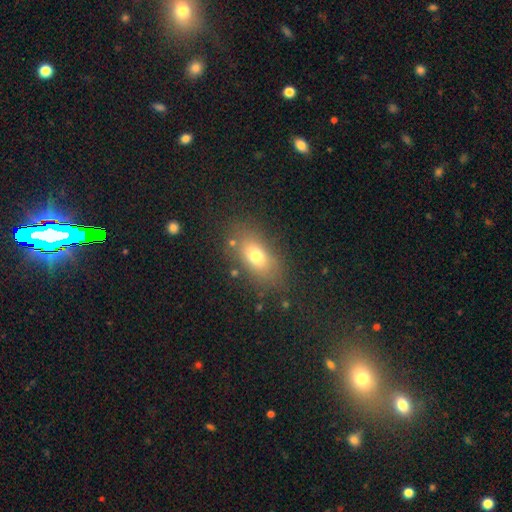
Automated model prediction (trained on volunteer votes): A smooth galaxy with no disk features (72%) that is in between round and cigar-shaped (83%). Merging: none (79%).